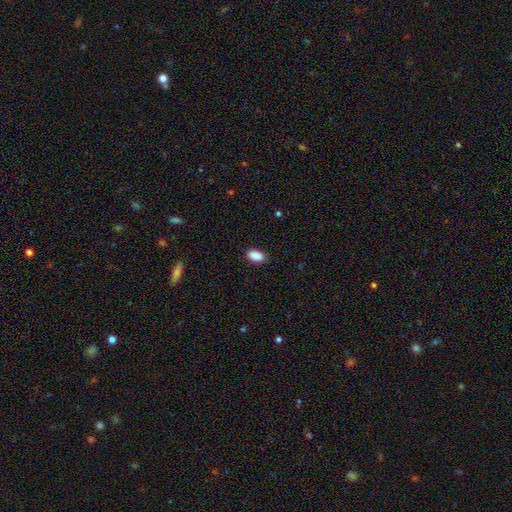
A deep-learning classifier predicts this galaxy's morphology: Q: Smooth or featured?
A: smooth (90%); runner-up: star or artifact (7%)
Q: How rounded?
A: in between (92%); runner-up: round (5%)
Q: Merging?
A: none (88%); runner-up: minor disturbance (9%)